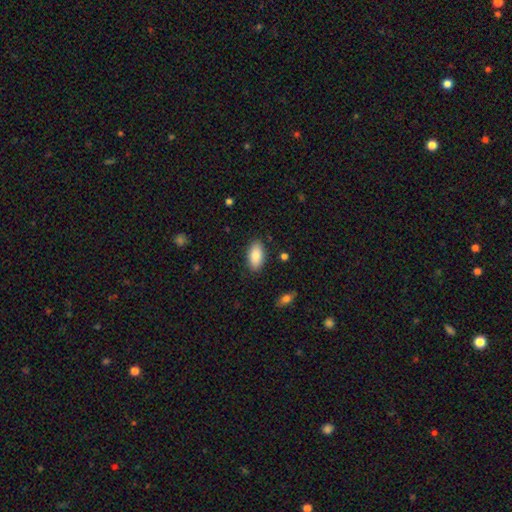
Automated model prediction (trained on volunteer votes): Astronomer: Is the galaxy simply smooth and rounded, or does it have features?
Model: smooth — 88%.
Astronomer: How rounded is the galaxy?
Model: in between — 93%.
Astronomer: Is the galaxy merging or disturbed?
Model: none — 87%.